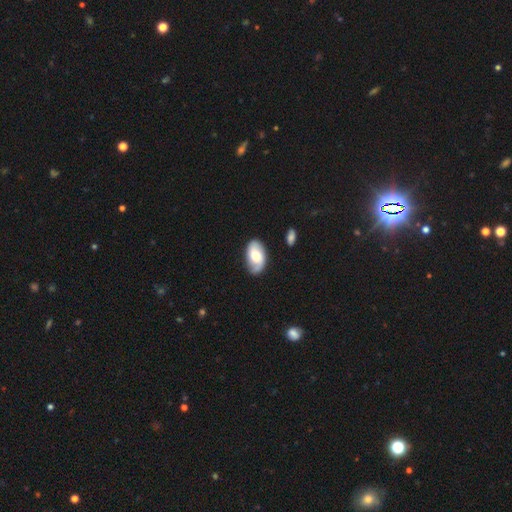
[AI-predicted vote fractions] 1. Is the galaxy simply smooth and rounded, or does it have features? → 48% featured or disk, 46% smooth, 7% star or artifact.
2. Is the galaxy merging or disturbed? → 74% none, 19% minor disturbance, 5% major disturbance, 3% merger.